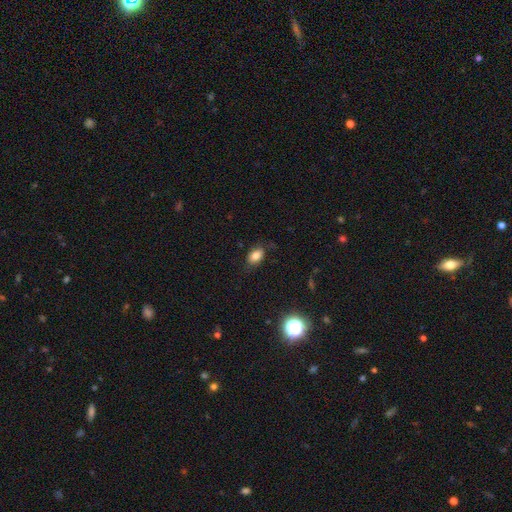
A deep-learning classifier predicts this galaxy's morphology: Smooth or featured? Predicted: smooth (p=0.82). How rounded? Predicted: in between (p=0.86). Merging? Predicted: none (p=0.75).